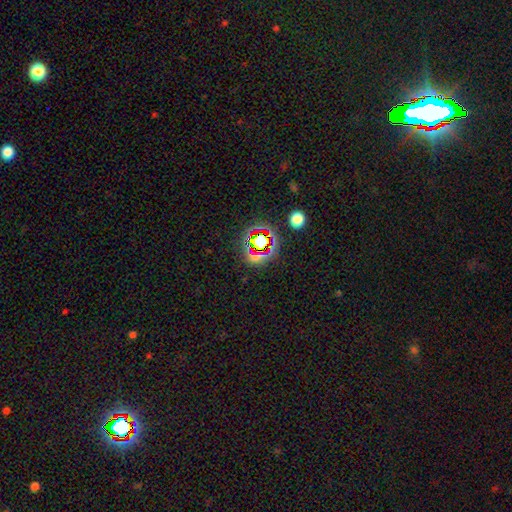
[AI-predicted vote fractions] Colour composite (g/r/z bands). It shows a star or artifact, not a galaxy (59%).